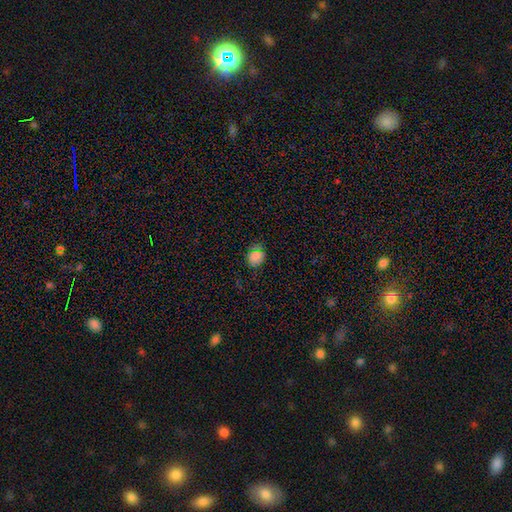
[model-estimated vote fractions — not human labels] smooth 76%, star or artifact 18%, featured or disk 6%. Down the decision tree: how rounded — round (63%); merging — none (84%).